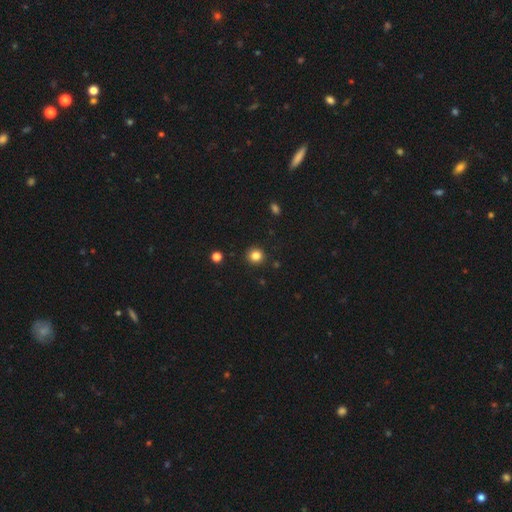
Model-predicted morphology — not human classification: A smooth galaxy with no disk features (83%) that is round (92%).

Vote fractions:
- Smooth or featured? smooth: 83% / star or artifact: 12% / featured or disk: 5%
- How rounded? round: 92% / in between: 8% / cigar-shaped: 1%
- Merging? none: 92% / minor disturbance: 5% / major disturbance: 2% / merger: 1%